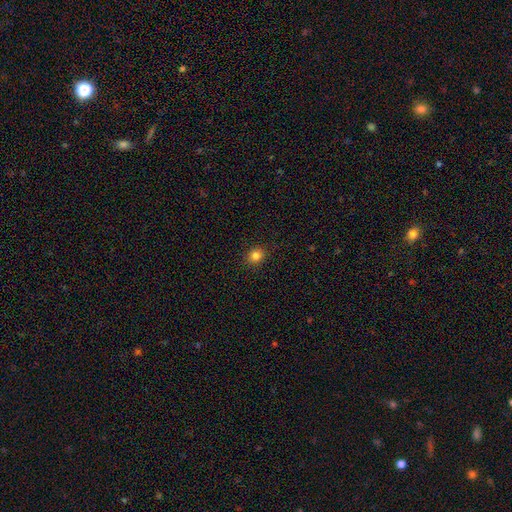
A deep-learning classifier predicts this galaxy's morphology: A smooth galaxy with no disk features (82%) that is round (81%). Merging: none (90%).